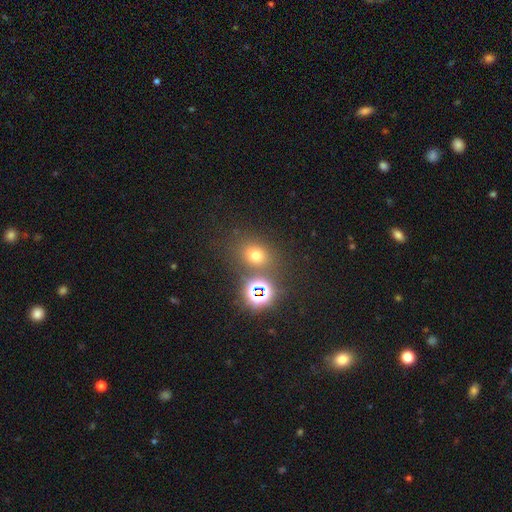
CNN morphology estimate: Smooth or featured?
  - smooth: 61% *
  - star or artifact: 30%
  - featured or disk: 9%
How rounded?
  - round: 61% *
  - in between: 37%
  - cigar-shaped: 1%
Merging?
  - none: 73% *
  - merger: 11%
  - minor disturbance: 11%
  - major disturbance: 5%